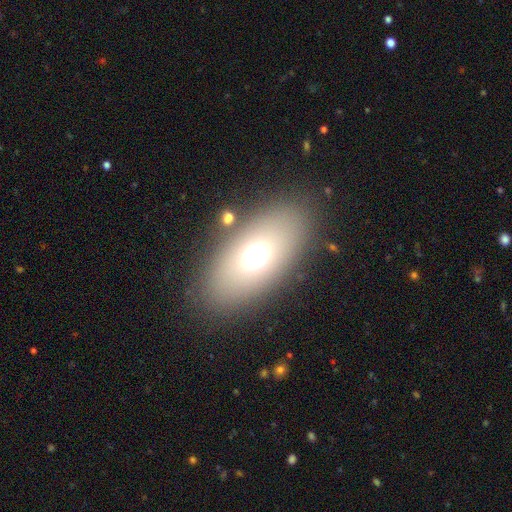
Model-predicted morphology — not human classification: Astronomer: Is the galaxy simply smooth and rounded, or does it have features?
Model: smooth — 64%.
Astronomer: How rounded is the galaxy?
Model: in between — 86%.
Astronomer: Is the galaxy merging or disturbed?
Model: none — 82%.